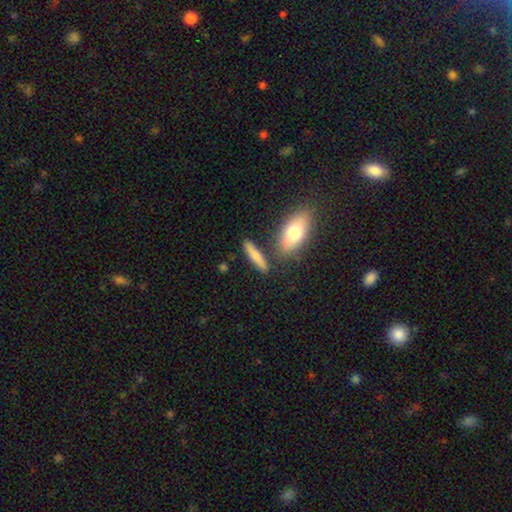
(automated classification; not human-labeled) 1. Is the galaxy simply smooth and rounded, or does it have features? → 71% smooth, 22% featured or disk, 7% star or artifact.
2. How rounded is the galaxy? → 76% cigar-shaped, 20% in between, 4% round.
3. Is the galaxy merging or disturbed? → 77% none, 11% minor disturbance, 9% merger, 3% major disturbance.